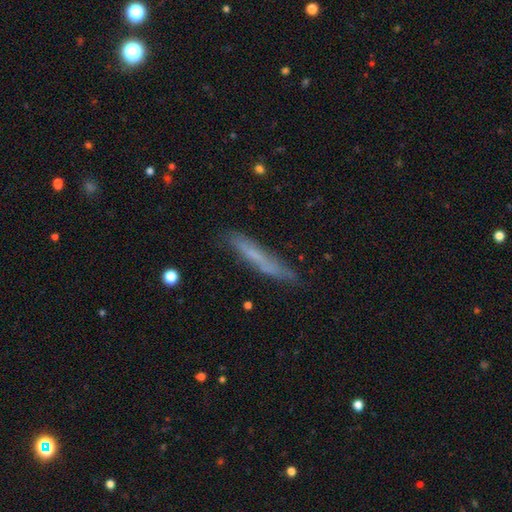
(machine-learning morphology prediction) Q: Smooth or featured?
A: smooth (58%); runner-up: featured or disk (34%)
Q: How rounded?
A: cigar-shaped (93%); runner-up: in between (6%)
Q: Merging?
A: none (77%); runner-up: minor disturbance (17%)